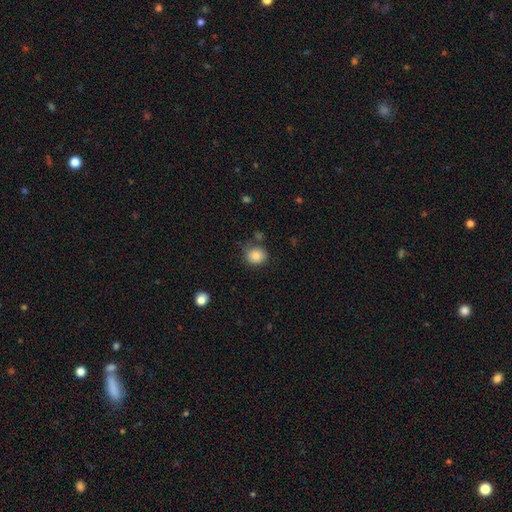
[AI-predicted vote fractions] A smooth galaxy with no disk features (85%) that is round (79%). Merging: none (74%).